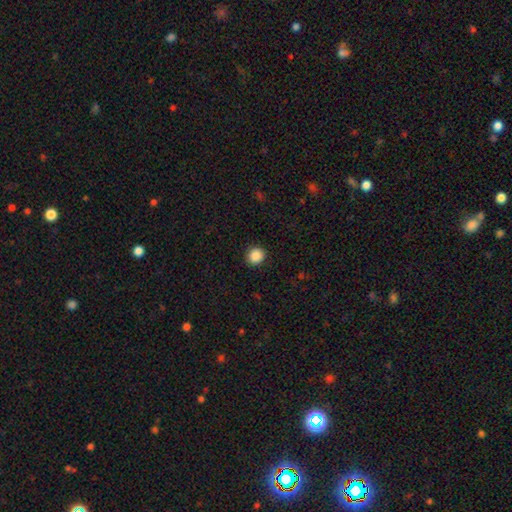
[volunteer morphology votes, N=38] Smooth or featured? smooth (95%)
How rounded? round (69%)
Merging? none (81%)